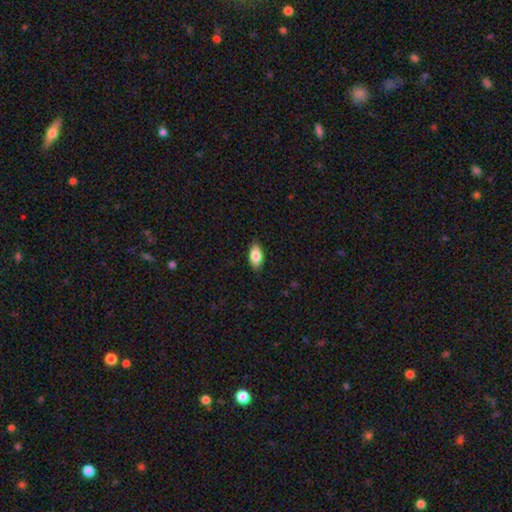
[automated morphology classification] smooth_or_featured: smooth (p=0.82) [alt: featured or disk p=0.11]
how_rounded: in between (p=0.91) [alt: cigar-shaped p=0.05]
merging: none (p=0.87) [alt: minor disturbance p=0.10]